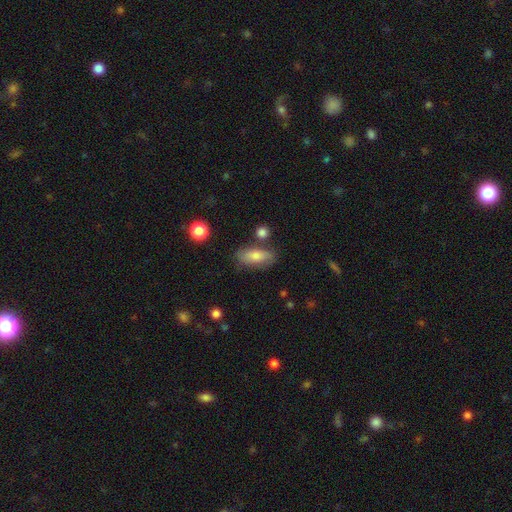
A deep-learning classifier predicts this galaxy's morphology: Overall: smooth (69%). How rounded: in between (79%). Merging: none (72%).